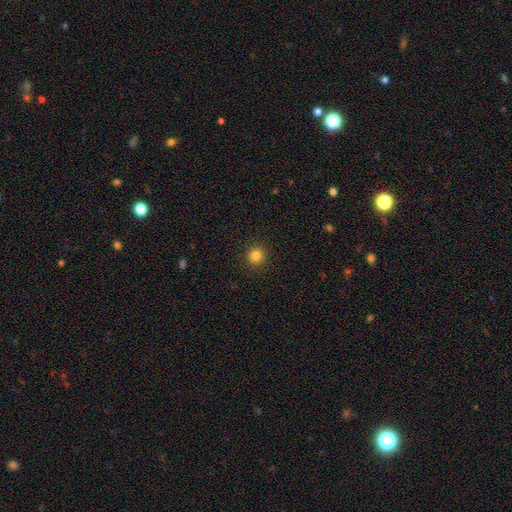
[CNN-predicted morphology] Smooth or featured?
  - smooth: 83% *
  - star or artifact: 12%
  - featured or disk: 5%
How rounded?
  - round: 93% *
  - in between: 6%
  - cigar-shaped: 1%
Merging?
  - none: 92% *
  - minor disturbance: 5%
  - major disturbance: 2%
  - merger: 1%